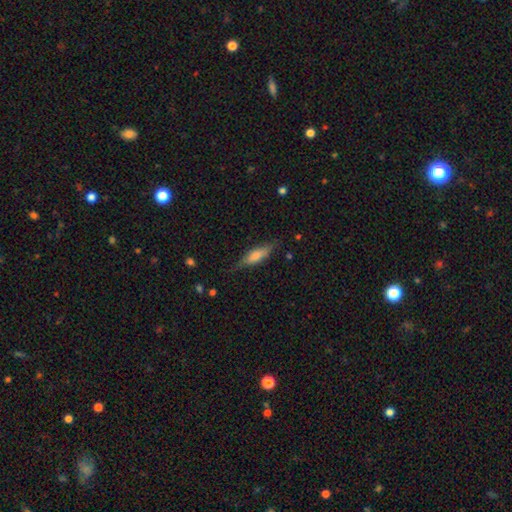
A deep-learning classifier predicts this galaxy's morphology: smooth 50%, featured or disk 43%, star or artifact 7%. Down the decision tree: merging — none (77%).